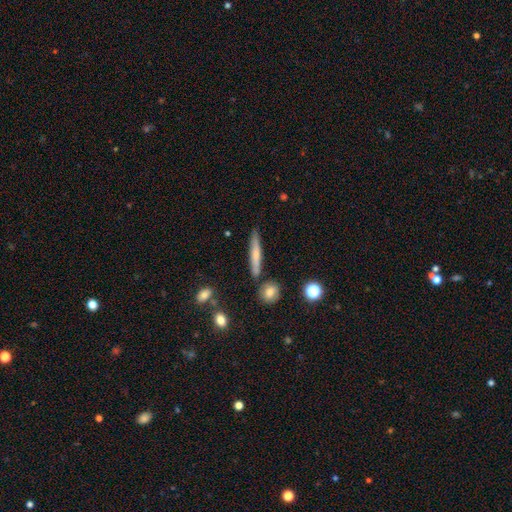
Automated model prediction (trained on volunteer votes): Smooth or featured? smooth (63%)
How rounded? cigar-shaped (91%)
Merging? none (80%)